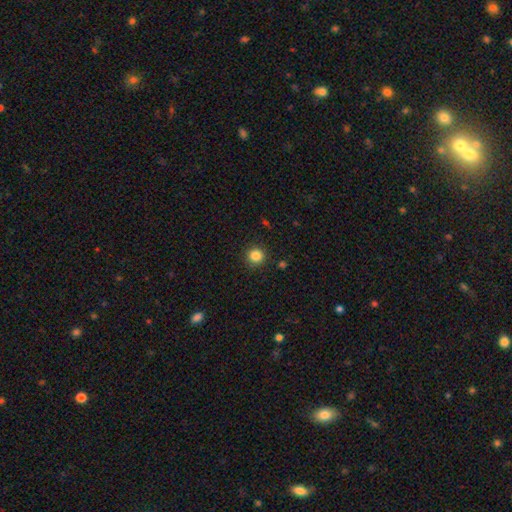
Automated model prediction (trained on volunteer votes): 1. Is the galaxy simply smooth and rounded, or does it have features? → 85% smooth, 11% star or artifact, 4% featured or disk.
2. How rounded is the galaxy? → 94% round, 5% in between, 1% cigar-shaped.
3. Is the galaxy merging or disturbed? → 91% none, 6% minor disturbance, 2% major disturbance, 1% merger.